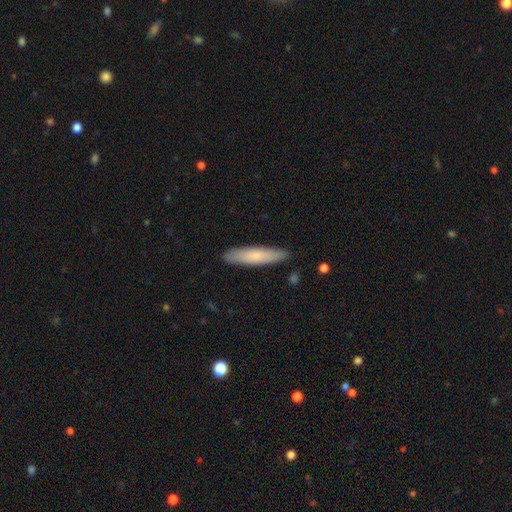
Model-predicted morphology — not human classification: smooth_or_featured: smooth (p=0.72) [alt: featured or disk p=0.22]
how_rounded: cigar-shaped (p=0.82) [alt: in between p=0.16]
merging: none (p=0.88) [alt: minor disturbance p=0.09]